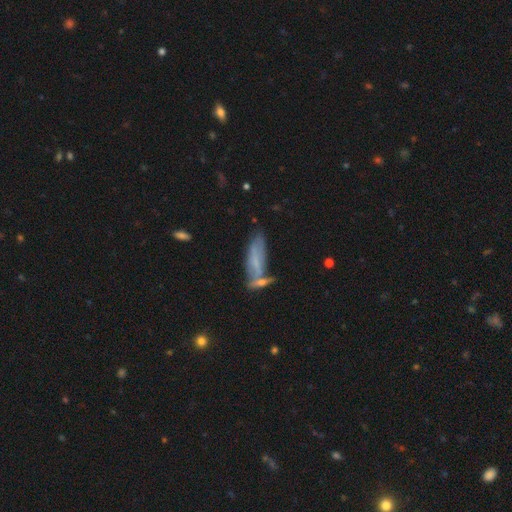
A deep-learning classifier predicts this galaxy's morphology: This appears to be a smooth galaxy with no disk features (57%) that is in between round and cigar-shaped (54%). Merging: none (39%).